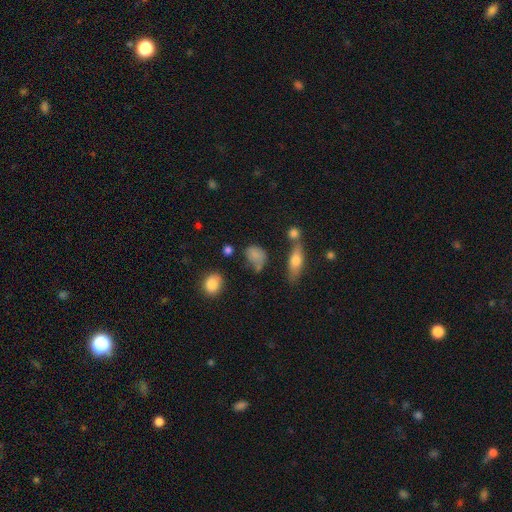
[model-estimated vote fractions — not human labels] Smooth or featured: smooth — 76% (star or artifact — 13%)
How rounded: in between — 59% (round — 37%)
Merging: none — 48% (minor disturbance — 28%)